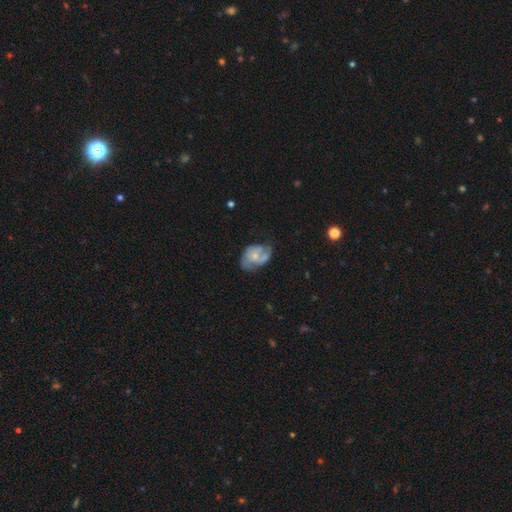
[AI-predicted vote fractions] A featured or disk galaxy (60%) with no bar (79%), spiral arms (64%) and a small central bulge (54%).

Vote fractions:
- Smooth or featured? featured or disk: 60% / smooth: 33% / star or artifact: 7%
- Edge-on disk? no: 97% / yes: 3%
- Bar? no: 79% / weak: 18% / strong: 3%
- Spiral arms? yes: 64% / no: 36%
- Bulge size? small: 54% / moderate: 35% / none: 7% / large: 3% / dominant: 1%
- Merging? none: 34% / minor disturbance: 28% / major disturbance: 21% / merger: 17%